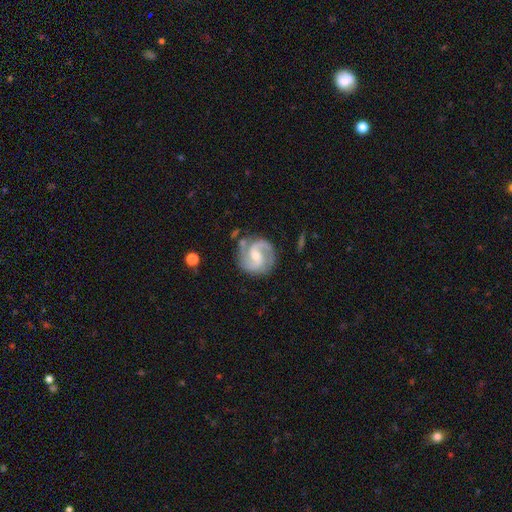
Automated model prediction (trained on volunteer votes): Morphology: type=featured or disk (90%); edge-on=no (98%); bar=weak (47%); spiral arms=yes (98%); winding=medium (56%); arm count=2 (76%); bulge=moderate (51%); merging=none (77%).